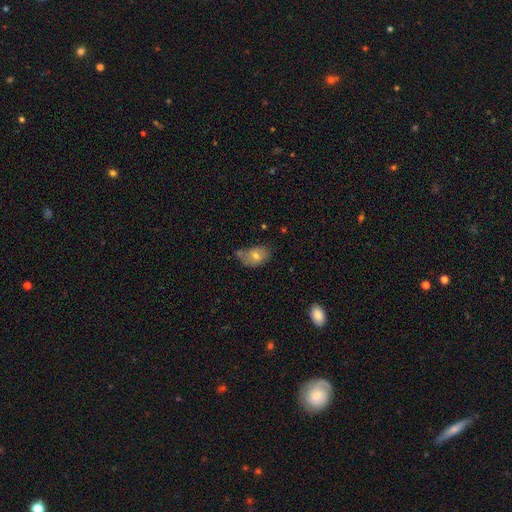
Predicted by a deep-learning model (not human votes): Smooth or featured? Predicted: smooth (p=0.63). How rounded? Predicted: in between (p=0.78). Merging? Predicted: none (p=0.44).